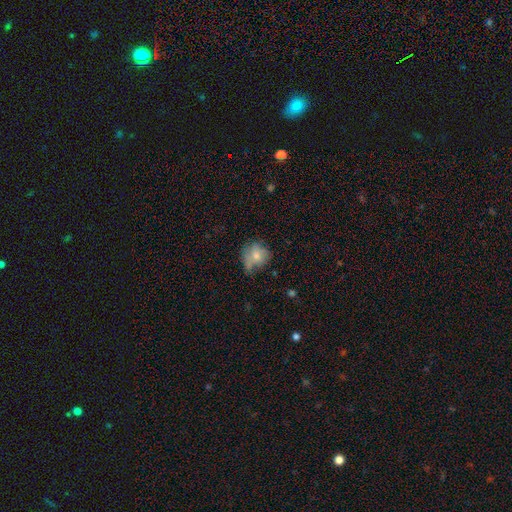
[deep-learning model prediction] Morphology: type=smooth (69%); roundness=round (69%); merging=none (46%).